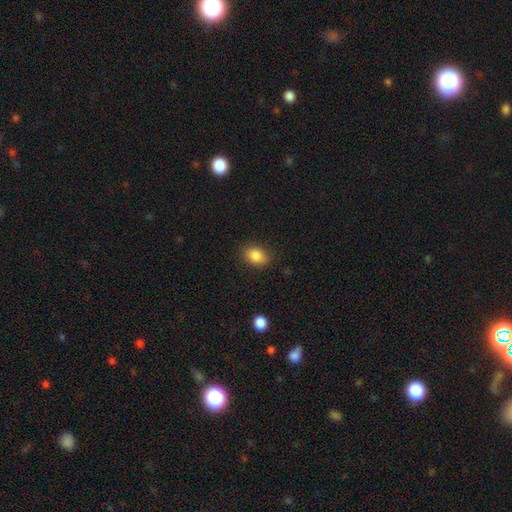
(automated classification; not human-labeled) smooth-or-featured: smooth: 86% | star or artifact: 9% | featured or disk: 5%
  how-rounded: in between: 72% | round: 27% | cigar-shaped: 1%
  merging: none: 84% | minor disturbance: 12% | major disturbance: 3% | merger: 1%